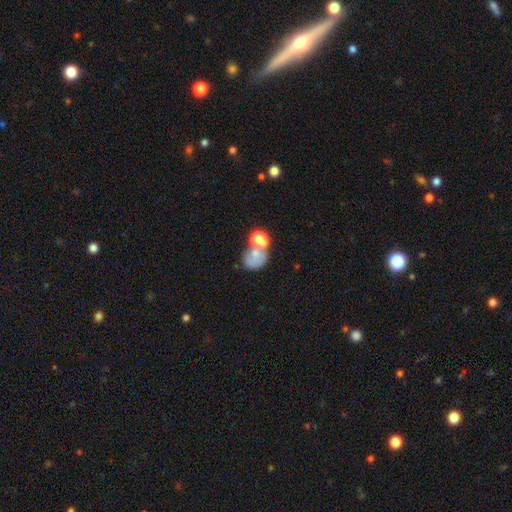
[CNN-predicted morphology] Overall: smooth (62%; featured or disk 24%). How rounded: in between (51%; round 47%). Merging: merger (53%; none 23%).